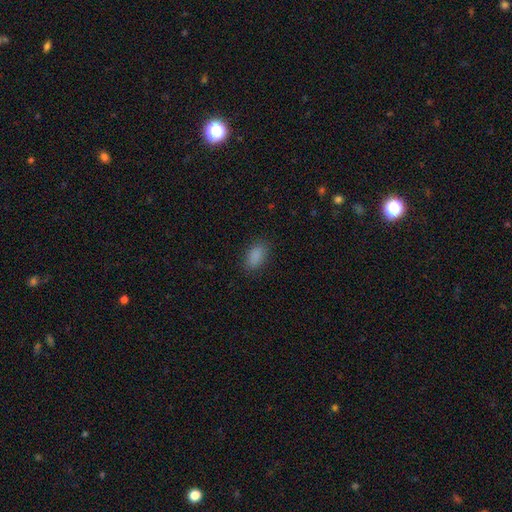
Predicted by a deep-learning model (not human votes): Morphology: type=smooth (87%); roundness=in between (91%); merging=none (86%).